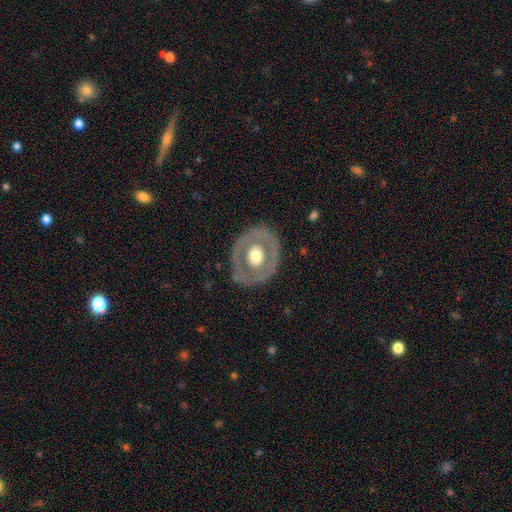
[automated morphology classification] Overall: featured or disk (56%; smooth 39%). Edge-on disk: no (94%). Bar: no (88%). Spiral arms: no (91%). Bulge size: moderate (56%; large 36%). Merging: none (80%).